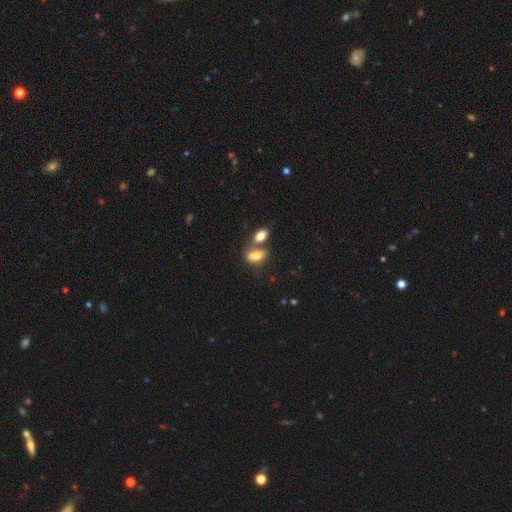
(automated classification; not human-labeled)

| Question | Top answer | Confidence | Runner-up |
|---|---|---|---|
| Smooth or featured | smooth | 82% | featured or disk (10%) |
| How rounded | in between | 88% | round (7%) |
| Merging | merger | 46% | none (38%) |